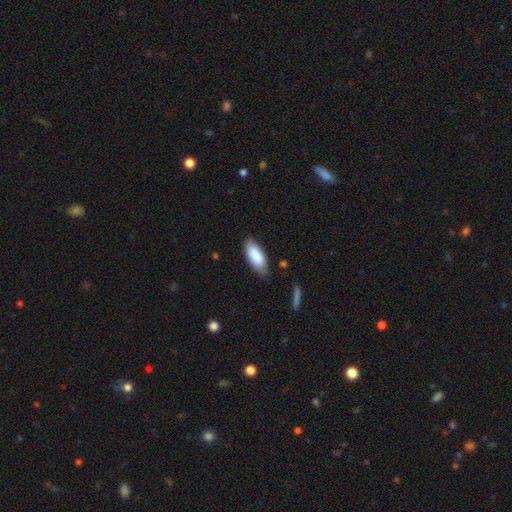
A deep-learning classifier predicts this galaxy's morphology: Q: Smooth or featured?
A: smooth (86%); runner-up: featured or disk (8%)
Q: How rounded?
A: in between (83%); runner-up: cigar-shaped (16%)
Q: Merging?
A: none (80%); runner-up: minor disturbance (16%)